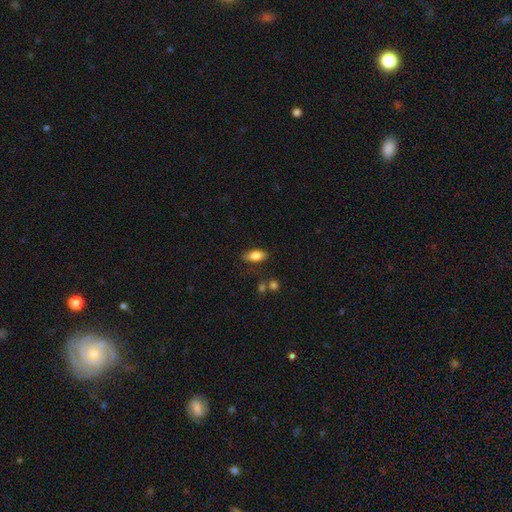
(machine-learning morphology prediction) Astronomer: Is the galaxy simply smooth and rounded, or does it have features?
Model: smooth — 83%.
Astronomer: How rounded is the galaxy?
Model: in between — 87%.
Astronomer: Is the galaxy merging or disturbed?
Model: none — 79%.